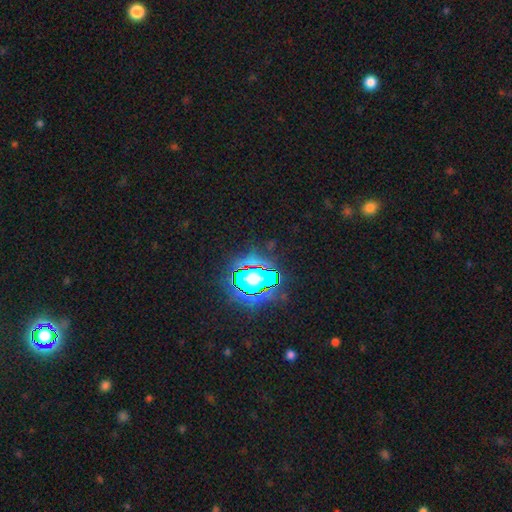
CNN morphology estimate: Overall: star or artifact (81%).